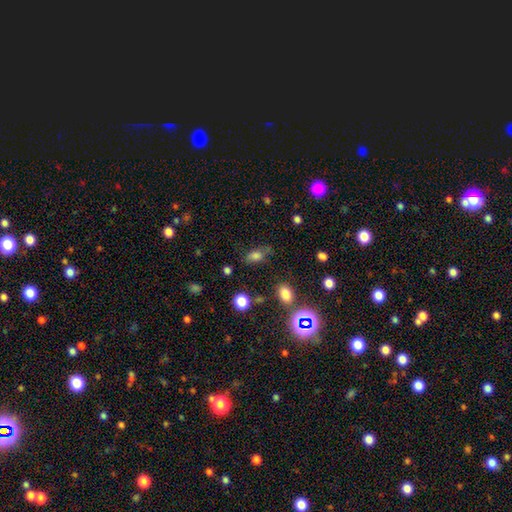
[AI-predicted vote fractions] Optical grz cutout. It shows a smooth galaxy with no disk features (76%) that is in between round and cigar-shaped (80%). Merging: none (68%).